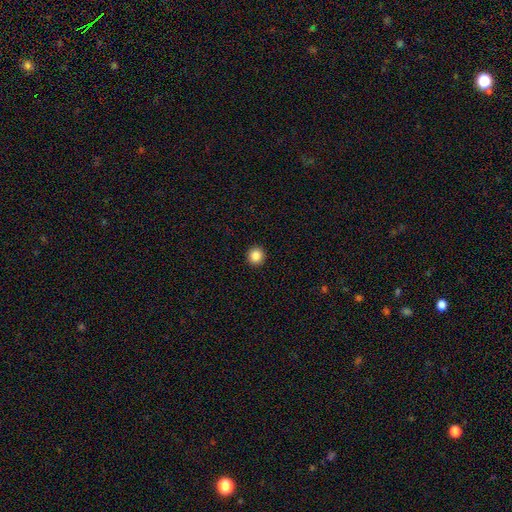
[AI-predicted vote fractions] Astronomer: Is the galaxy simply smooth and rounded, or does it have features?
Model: smooth — 86%.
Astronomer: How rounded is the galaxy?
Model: round — 95%.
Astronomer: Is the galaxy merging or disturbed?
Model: none — 94%.